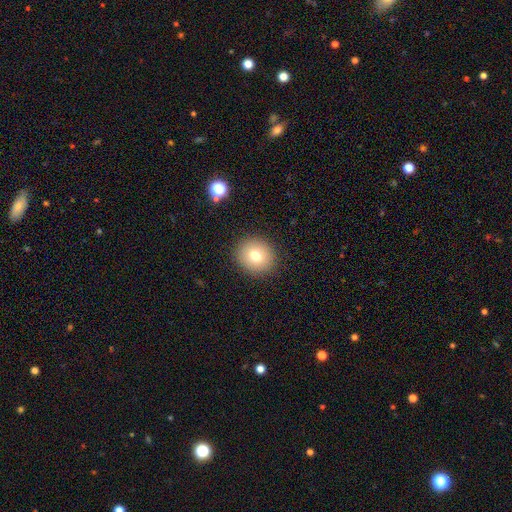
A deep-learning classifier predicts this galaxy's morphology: This is likely a smooth galaxy (75%). How rounded: clearly round (83%). Merging: clearly none (90%).